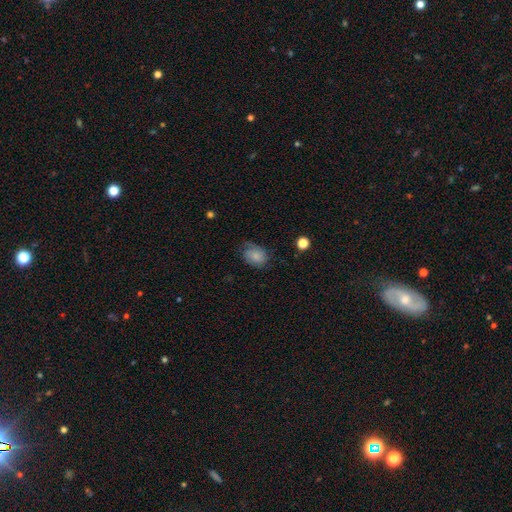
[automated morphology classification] smooth_or_featured: smooth (p=0.66) [alt: featured or disk p=0.25]
how_rounded: in between (p=0.64) [alt: round p=0.35]
merging: none (p=0.58) [alt: minor disturbance p=0.29]